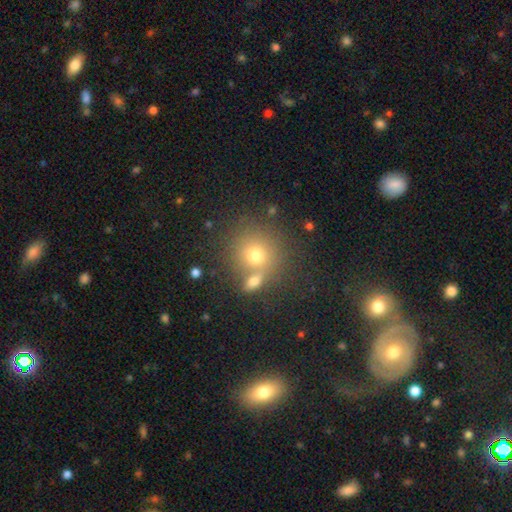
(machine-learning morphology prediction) Q: Smooth or featured?
A: smooth (69%); runner-up: star or artifact (18%)
Q: How rounded?
A: round (88%); runner-up: in between (11%)
Q: Merging?
A: none (61%); runner-up: merger (26%)